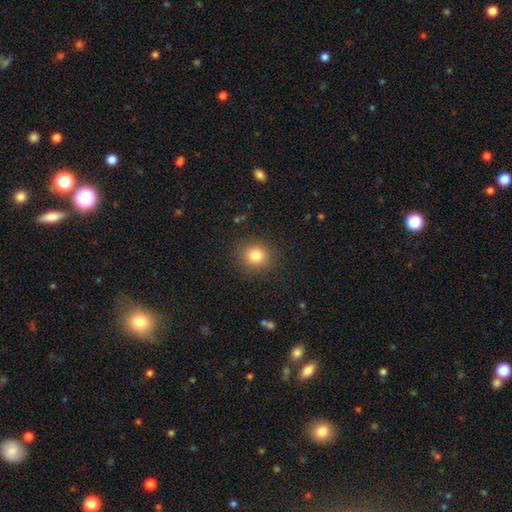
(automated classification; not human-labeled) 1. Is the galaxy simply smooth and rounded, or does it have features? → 82% smooth, 11% star or artifact, 7% featured or disk.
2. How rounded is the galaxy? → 85% round, 14% in between, 1% cigar-shaped.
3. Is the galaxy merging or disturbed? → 88% none, 8% minor disturbance, 3% major disturbance, 1% merger.